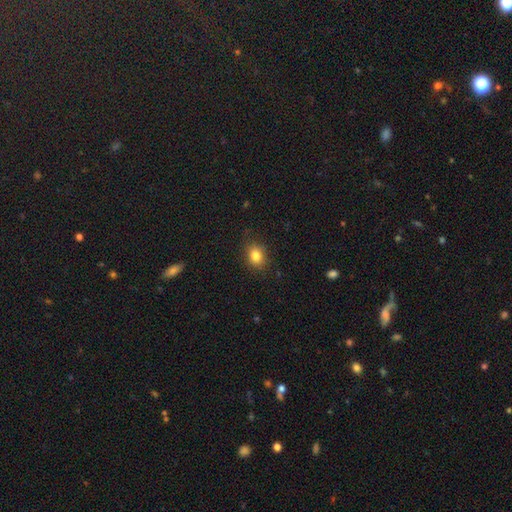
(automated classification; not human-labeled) smooth 83%, star or artifact 11%, featured or disk 6%. Down the decision tree: how rounded — in between (55%); merging — none (84%).